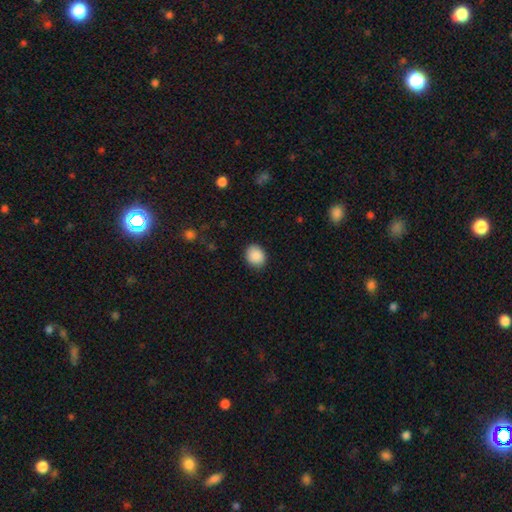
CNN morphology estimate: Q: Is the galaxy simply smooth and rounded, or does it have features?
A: smooth — 89%.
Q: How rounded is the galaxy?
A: round — 61%.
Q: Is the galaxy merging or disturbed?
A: none — 87%.